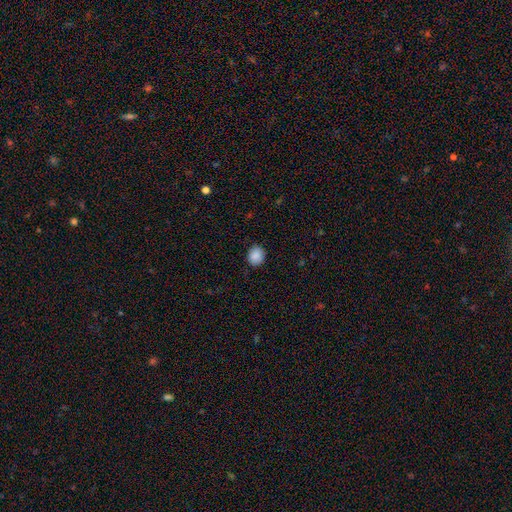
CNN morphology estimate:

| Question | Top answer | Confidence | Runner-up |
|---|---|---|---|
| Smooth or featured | smooth | 89% | star or artifact (8%) |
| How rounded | round | 74% | in between (25%) |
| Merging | none | 88% | minor disturbance (9%) |